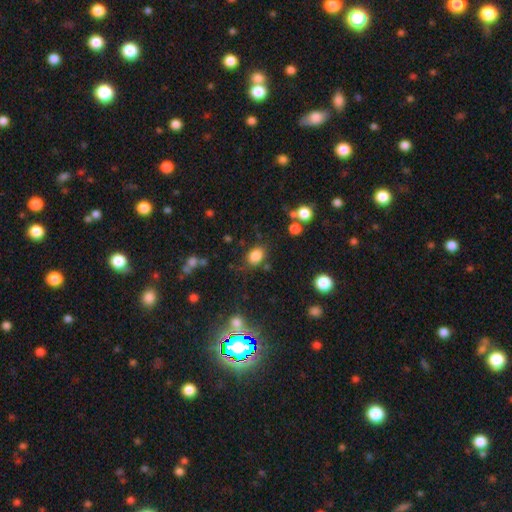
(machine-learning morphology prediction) Smooth or featured? Predicted: smooth (p=0.83). How rounded? Predicted: in between (p=0.64). Merging? Predicted: none (p=0.76).